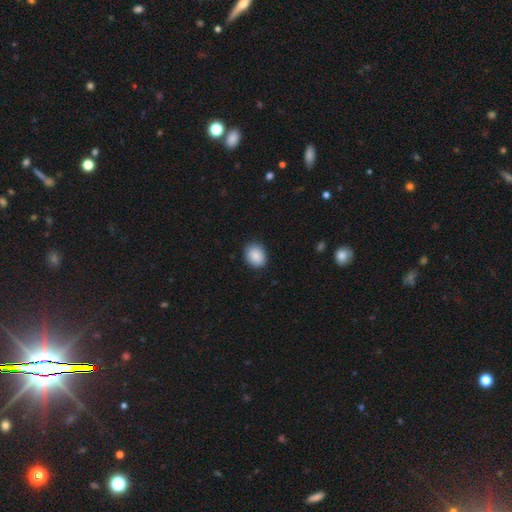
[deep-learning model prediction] Smooth or featured: smooth — 90% (star or artifact — 7%)
How rounded: in between — 51% (round — 48%)
Merging: none — 87% (minor disturbance — 10%)